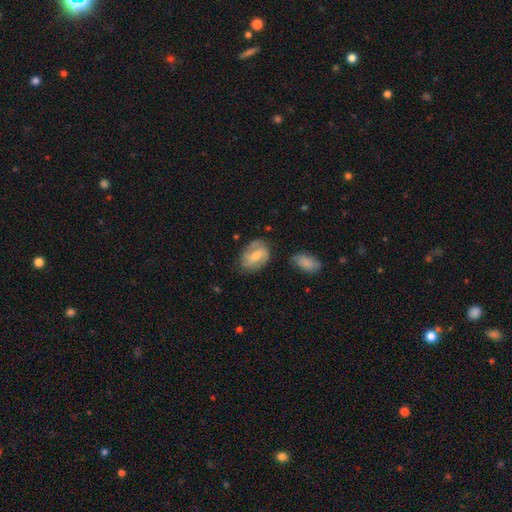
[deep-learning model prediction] smooth_or_featured: featured or disk (p=0.55) [alt: smooth p=0.39]
disk_edge_on: no (p=0.95) [alt: yes p=0.05]
bar: weak (p=0.47) [alt: no p=0.27]
has_spiral_arms: yes (p=0.78) [alt: no p=0.22]
bulge_size: moderate (p=0.53) [alt: small p=0.38]
merging: none (p=0.67) [alt: minor disturbance p=0.22]